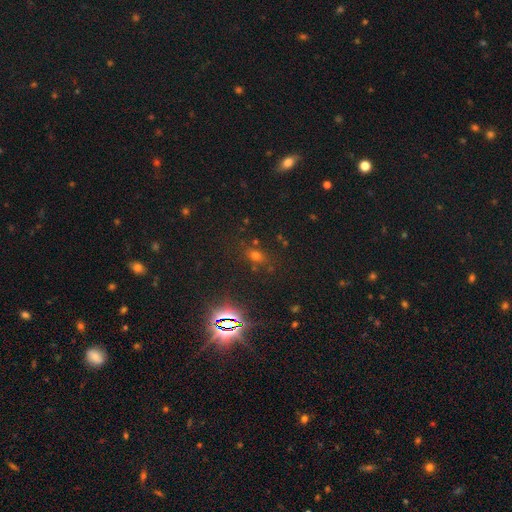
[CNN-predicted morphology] A star or artifact, not a galaxy (57%).

Vote fractions:
- Smooth or featured? star or artifact: 57% / smooth: 33% / featured or disk: 11%